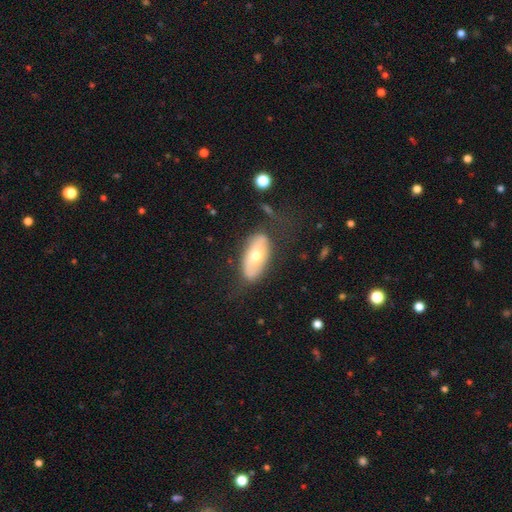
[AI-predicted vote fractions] Smooth or featured? smooth (51%)
How rounded? in between (90%)
Merging? none (70%)